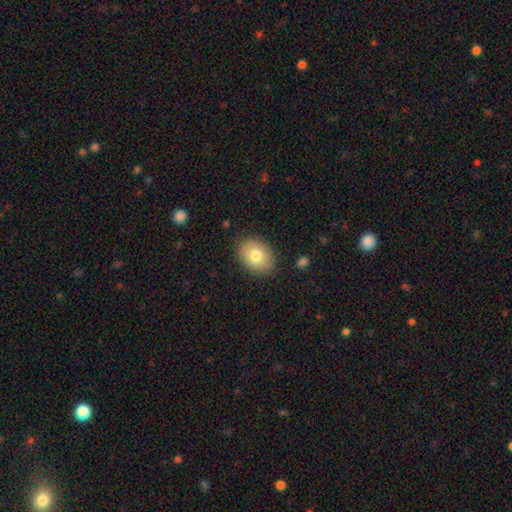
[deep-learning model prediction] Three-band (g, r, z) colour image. It shows a smooth galaxy with no disk features (79%) that is in between round and cigar-shaped (68%). Merging: none (86%).